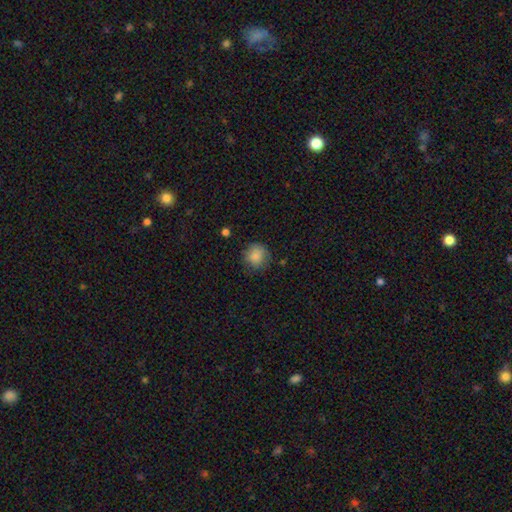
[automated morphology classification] This is clearly a smooth galaxy (84%). How rounded: clearly round (89%). Merging: likely none (76%).